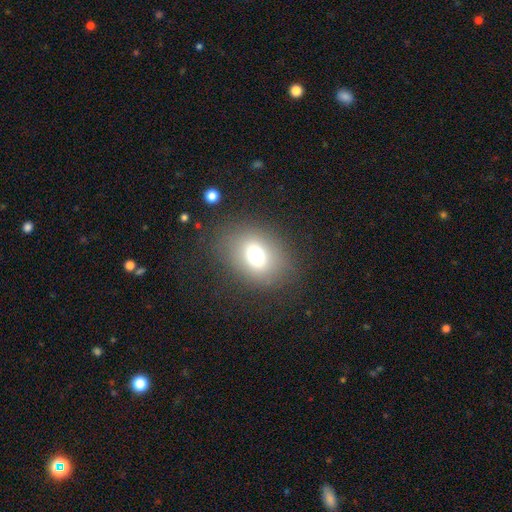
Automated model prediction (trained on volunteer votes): smooth 70%, star or artifact 16%, featured or disk 14%. Down the decision tree: how rounded — in between (58%); merging — none (79%).